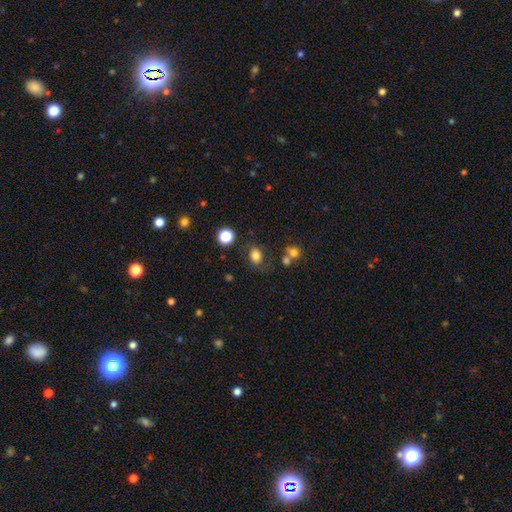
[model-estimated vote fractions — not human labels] This is likely a smooth galaxy (80%). How rounded: possibly in between (50%). Merging: likely none (73%).